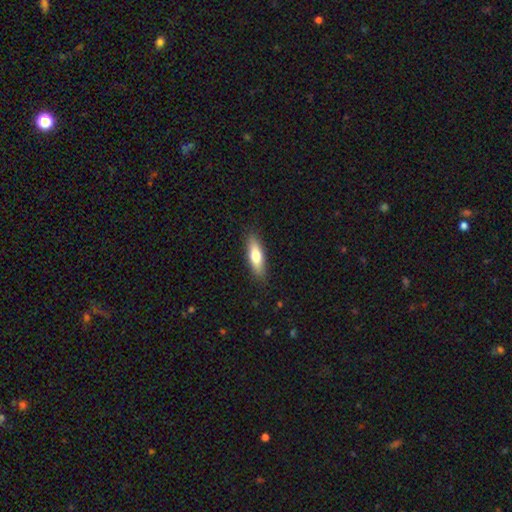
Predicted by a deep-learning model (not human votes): smooth_or_featured: smooth (p=0.69) [alt: featured or disk p=0.25]
how_rounded: cigar-shaped (p=0.49) [alt: in between p=0.48]
merging: none (p=0.87) [alt: minor disturbance p=0.10]